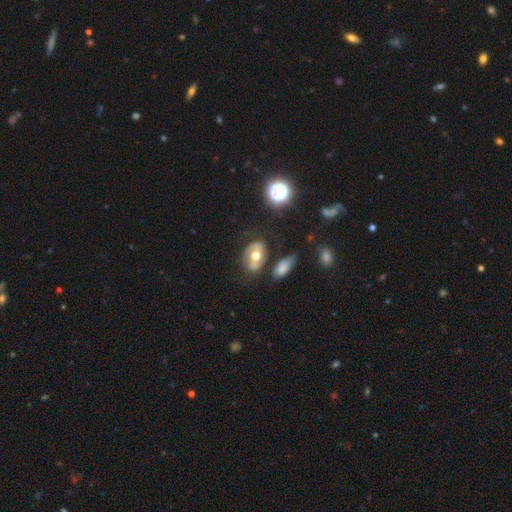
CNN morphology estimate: Q: Smooth or featured?
A: featured or disk (54%); runner-up: smooth (37%)
Q: Edge-on disk?
A: no (92%); runner-up: yes (8%)
Q: Merging?
A: none (62%); runner-up: minor disturbance (20%)